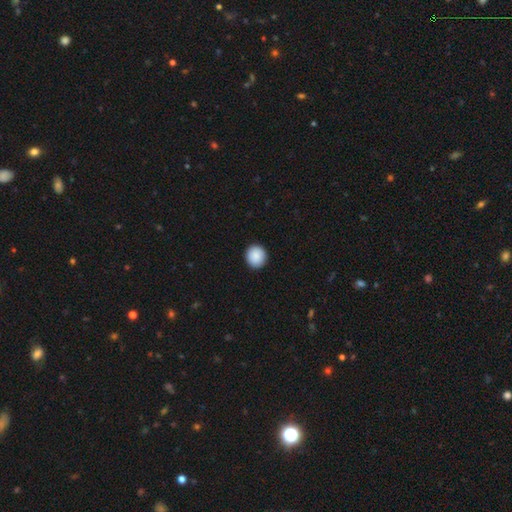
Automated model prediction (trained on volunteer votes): Overall: smooth (90%). How rounded: round (90%). Merging: none (93%).